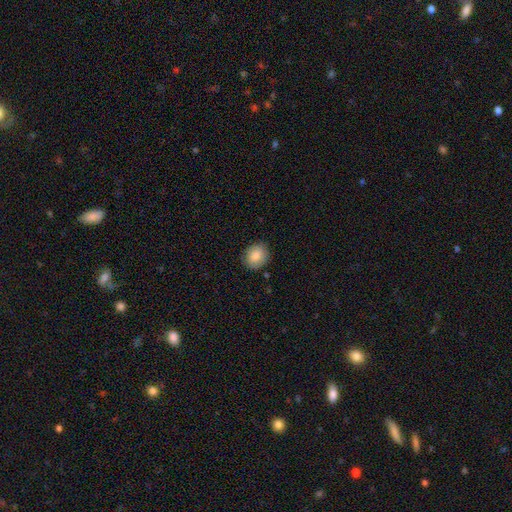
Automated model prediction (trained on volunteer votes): Smooth or featured? smooth (85%)
How rounded? round (59%)
Merging? none (87%)